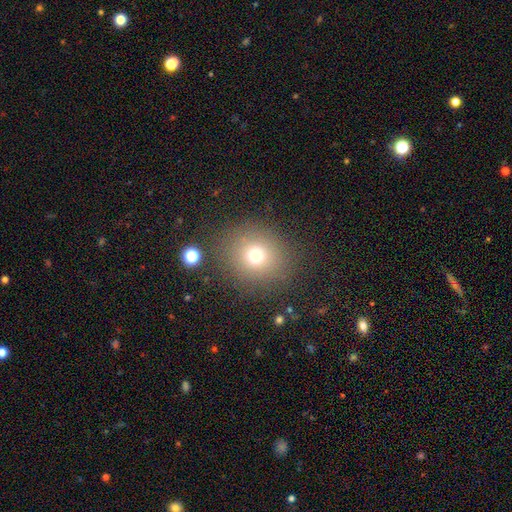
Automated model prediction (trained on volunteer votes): Smooth or featured? Predicted: smooth (p=0.73). How rounded? Predicted: round (p=0.82). Merging? Predicted: none (p=0.83).